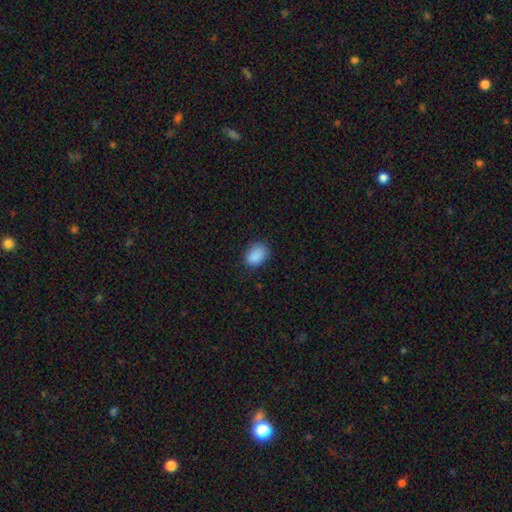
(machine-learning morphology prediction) type=smooth (88%); roundness=in between (78%); merging=none (78%).